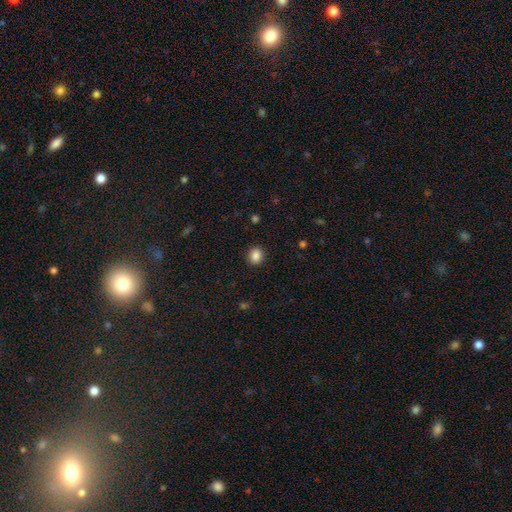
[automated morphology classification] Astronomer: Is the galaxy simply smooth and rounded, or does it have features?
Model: smooth — 86%.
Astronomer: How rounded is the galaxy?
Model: round — 75%.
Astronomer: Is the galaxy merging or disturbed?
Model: none — 91%.